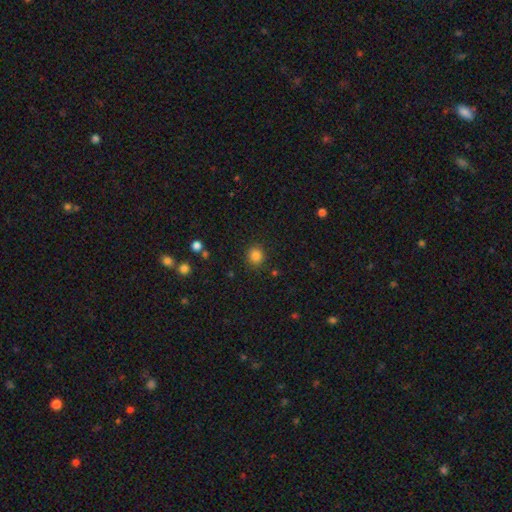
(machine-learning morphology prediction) type=smooth (84%); roundness=round (84%); merging=none (87%).